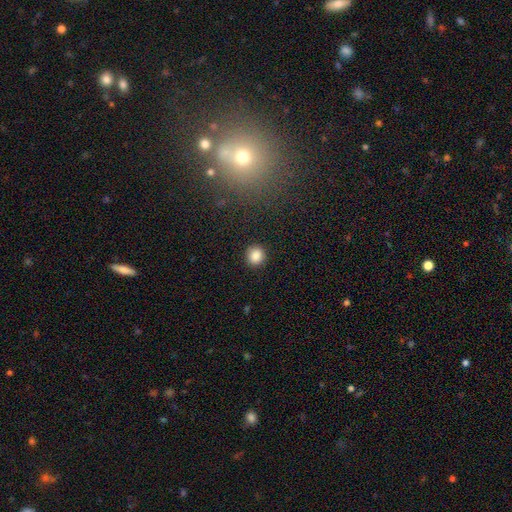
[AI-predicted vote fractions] Overall: smooth (86%). How rounded: round (86%). Merging: none (90%).